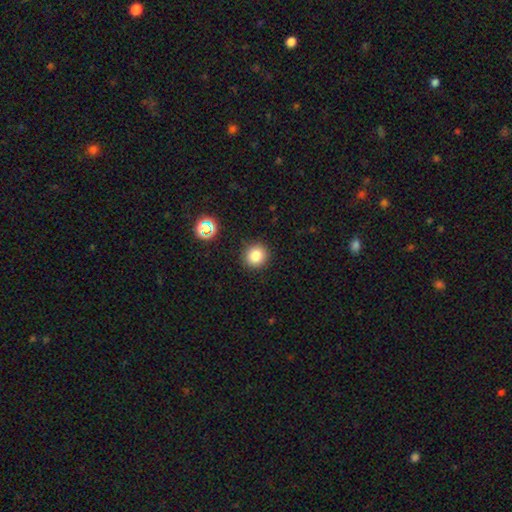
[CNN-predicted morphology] Smooth or featured: smooth — 81% (star or artifact — 13%)
How rounded: round — 88% (in between — 11%)
Merging: none — 90% (minor disturbance — 6%)